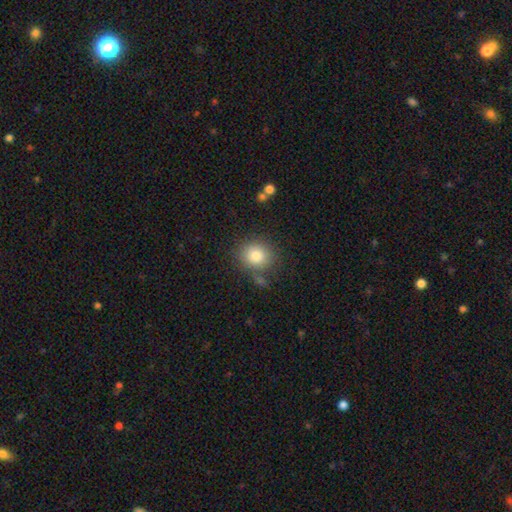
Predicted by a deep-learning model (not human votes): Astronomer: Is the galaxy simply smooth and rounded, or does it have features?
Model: smooth — 83%.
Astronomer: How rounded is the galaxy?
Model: round — 71%.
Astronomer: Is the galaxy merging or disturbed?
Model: none — 73%.